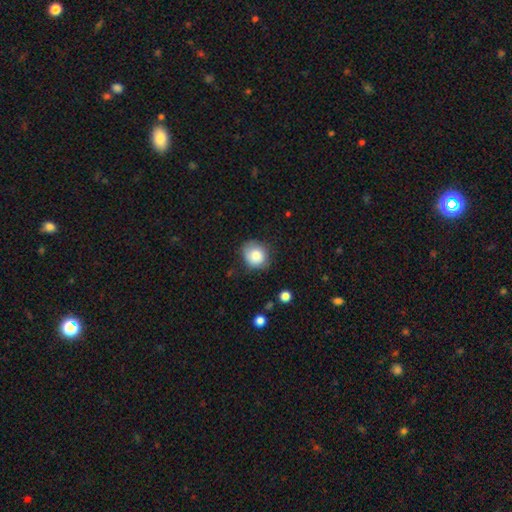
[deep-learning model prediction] Smooth or featured? smooth (81%)
How rounded? round (67%)
Merging? none (69%)